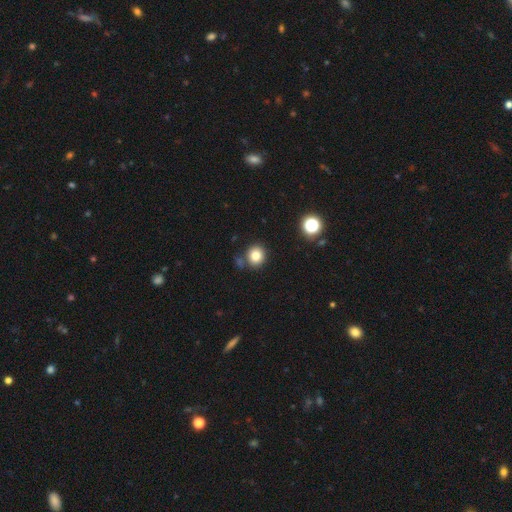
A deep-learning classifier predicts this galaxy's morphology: smooth 81%, star or artifact 12%, featured or disk 6%. Down the decision tree: how rounded — round (86%); merging — none (79%).